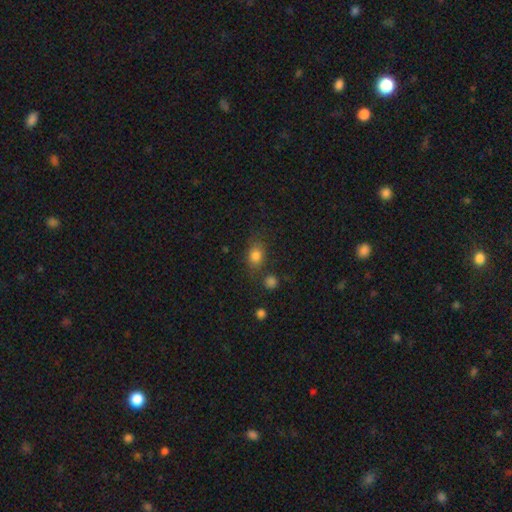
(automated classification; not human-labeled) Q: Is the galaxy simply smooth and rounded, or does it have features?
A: smooth — 81%.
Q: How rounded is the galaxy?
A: in between — 55%.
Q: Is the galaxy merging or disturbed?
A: none — 70%.